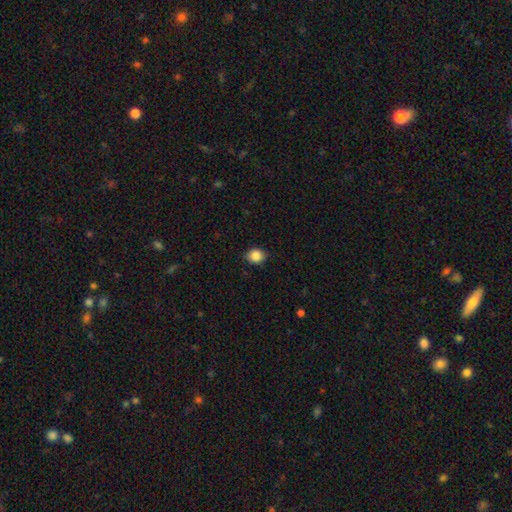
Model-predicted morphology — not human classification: smooth_or_featured: smooth (p=0.86) [alt: star or artifact p=0.09]
how_rounded: round (p=0.68) [alt: in between p=0.32]
merging: none (p=0.88) [alt: minor disturbance p=0.09]